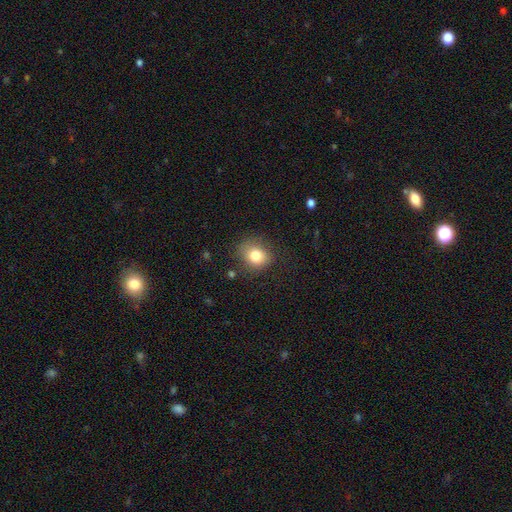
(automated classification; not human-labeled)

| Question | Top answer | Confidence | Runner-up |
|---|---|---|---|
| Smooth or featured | smooth | 80% | star or artifact (11%) |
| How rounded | round | 67% | in between (33%) |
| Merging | none | 76% | minor disturbance (17%) |